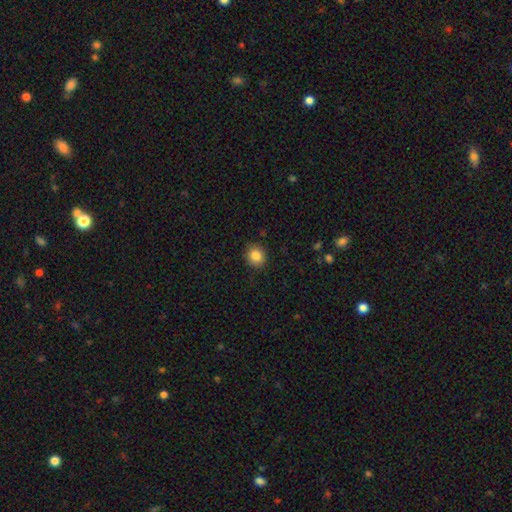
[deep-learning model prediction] smooth_or_featured: smooth (p=0.85) [alt: star or artifact p=0.10]
how_rounded: round (p=0.80) [alt: in between p=0.20]
merging: none (p=0.88) [alt: minor disturbance p=0.09]